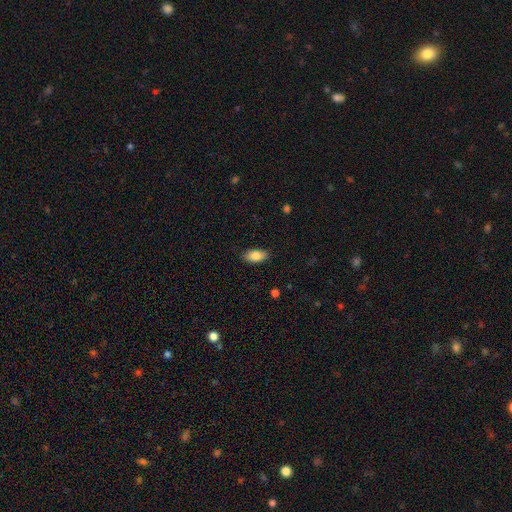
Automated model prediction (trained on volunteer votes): Smooth or featured?
  - smooth: 84% *
  - featured or disk: 9%
  - star or artifact: 7%
How rounded?
  - in between: 92% *
  - cigar-shaped: 5%
  - round: 3%
Merging?
  - none: 87% *
  - minor disturbance: 9%
  - major disturbance: 2%
  - merger: 1%